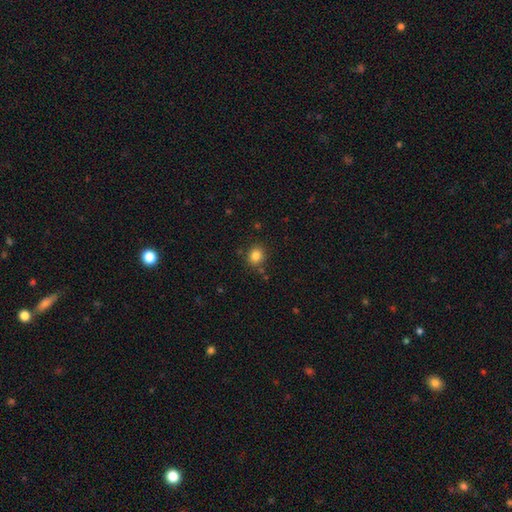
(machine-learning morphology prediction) Q: Smooth or featured?
A: smooth (83%); runner-up: star or artifact (11%)
Q: How rounded?
A: round (74%); runner-up: in between (25%)
Q: Merging?
A: none (83%); runner-up: minor disturbance (10%)